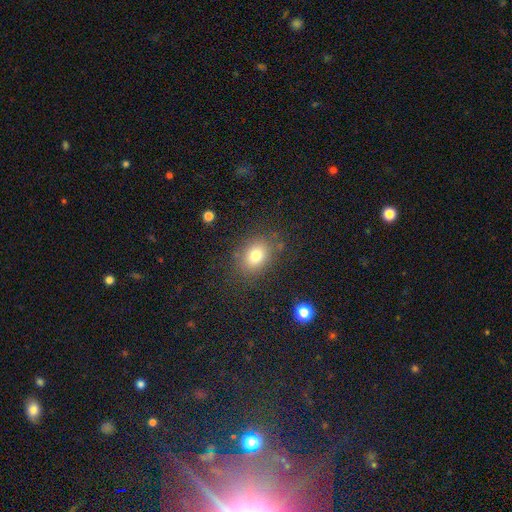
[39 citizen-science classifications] A smooth galaxy with no disk features (69%) that is in between round and cigar-shaped (63%).

Vote fractions:
- Smooth or featured? smooth: 69% / featured or disk: 18% / star or artifact: 13%
- How rounded? in between: 63% / round: 37% / cigar-shaped: 0%
- Merging? none: 82% / minor disturbance: 12% / merger: 6% / major disturbance: 0%